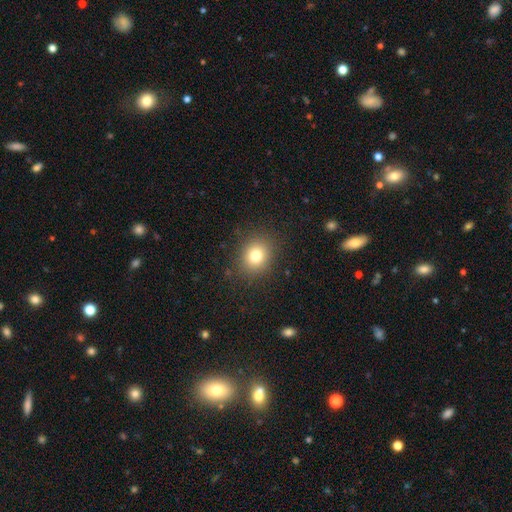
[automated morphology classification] This appears to be a smooth galaxy with no disk features (78%) that is round (70%). Merging: none (87%).